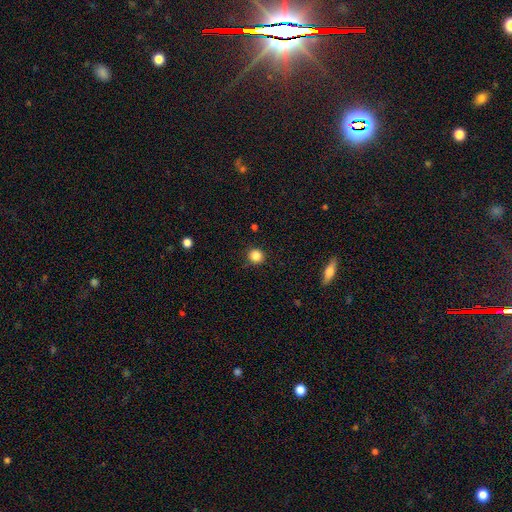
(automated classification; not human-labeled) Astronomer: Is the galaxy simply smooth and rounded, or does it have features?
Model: smooth — 85%.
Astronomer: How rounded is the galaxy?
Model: round — 93%.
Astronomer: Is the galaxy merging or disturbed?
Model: none — 91%.